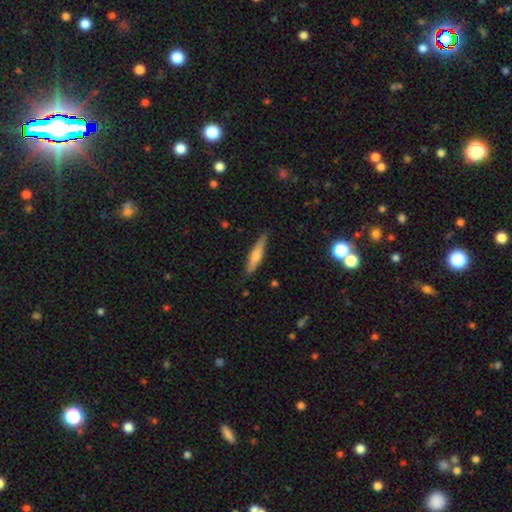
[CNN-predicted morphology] A smooth galaxy with no disk features (51%) that is cigar-shaped (87%).

Vote fractions:
- Smooth or featured? smooth: 51% / featured or disk: 43% / star or artifact: 6%
- How rounded? cigar-shaped: 87% / in between: 12% / round: 2%
- Merging? none: 85% / minor disturbance: 11% / major disturbance: 2% / merger: 1%